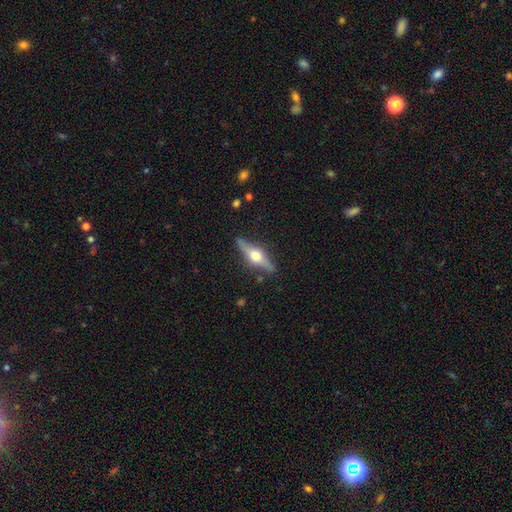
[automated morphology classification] Smooth or featured: featured or disk — 70% (smooth — 24%)
Edge-on disk: yes — 96% (no — 4%)
Edge-on bulge: rounded — 95% (boxy — 3%)
Merging: none — 86% (minor disturbance — 10%)